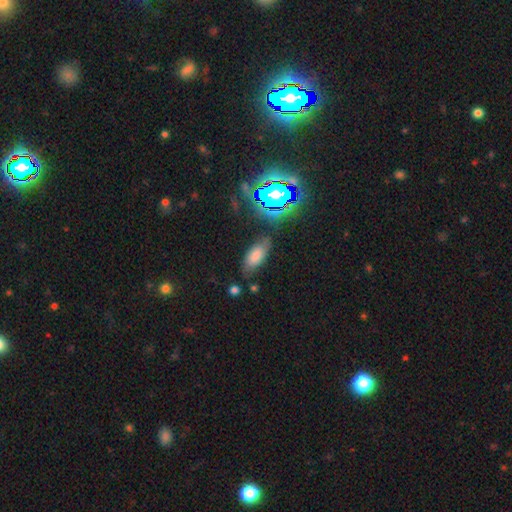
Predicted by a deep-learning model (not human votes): This appears to be a smooth galaxy with no disk features (63%) that is in between round and cigar-shaped (87%). Merging: none (69%).